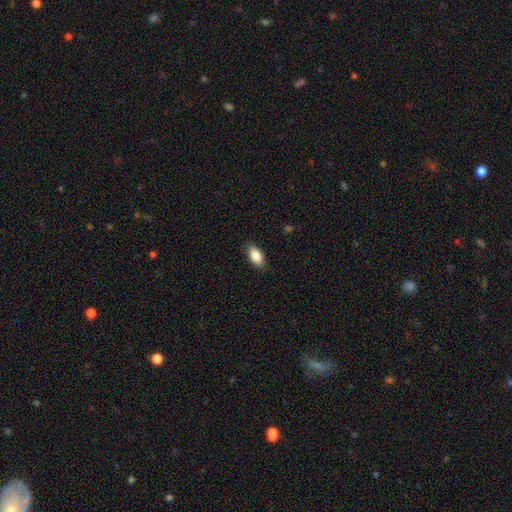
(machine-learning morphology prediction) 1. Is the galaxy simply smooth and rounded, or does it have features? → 88% smooth, 7% star or artifact, 5% featured or disk.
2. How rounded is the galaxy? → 92% in between, 5% cigar-shaped, 3% round.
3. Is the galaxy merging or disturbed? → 88% none, 9% minor disturbance, 2% major disturbance, 1% merger.